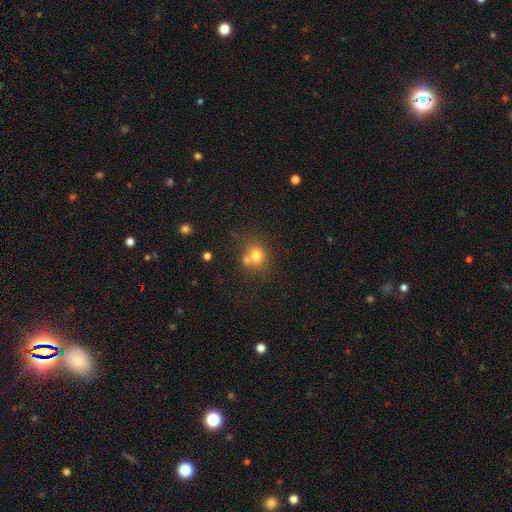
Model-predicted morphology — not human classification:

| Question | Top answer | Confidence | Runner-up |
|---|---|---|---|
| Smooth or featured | smooth | 75% | star or artifact (13%) |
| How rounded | round | 75% | in between (25%) |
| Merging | none | 54% | merger (31%) |